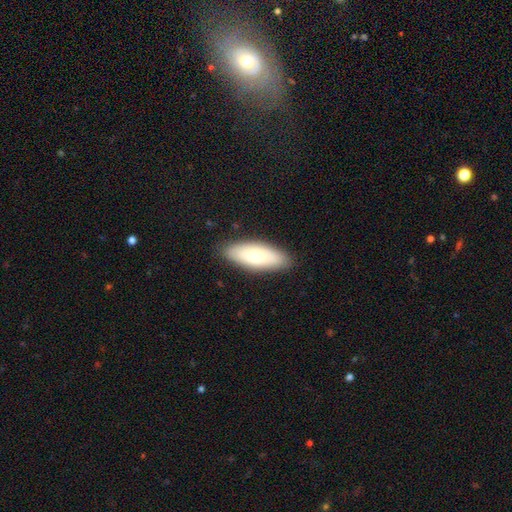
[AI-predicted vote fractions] A smooth galaxy with no disk features (66%) that is in between round and cigar-shaped (73%). Merging: none (88%).